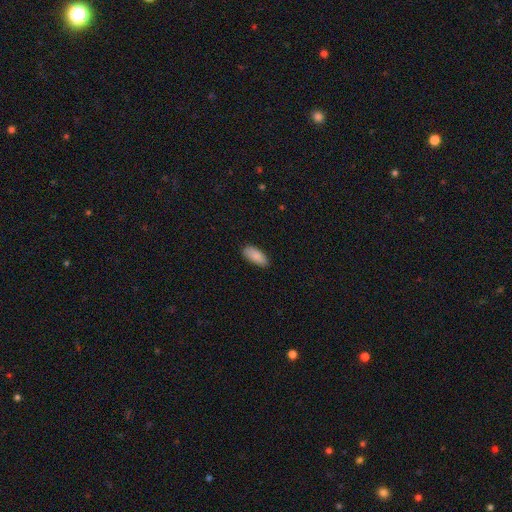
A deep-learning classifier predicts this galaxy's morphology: Smooth or featured: smooth — 88% (star or artifact — 6%)
How rounded: in between — 87% (cigar-shaped — 11%)
Merging: none — 86% (minor disturbance — 11%)